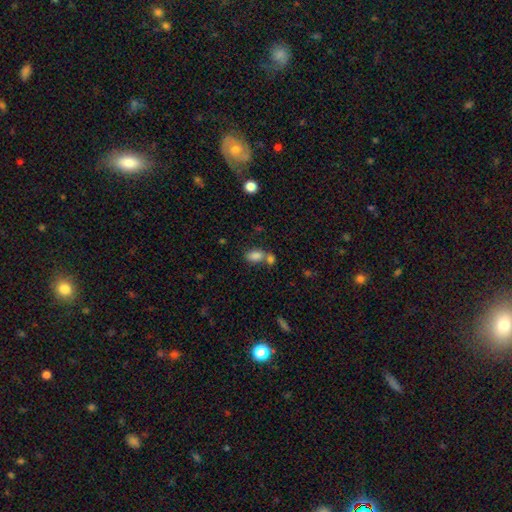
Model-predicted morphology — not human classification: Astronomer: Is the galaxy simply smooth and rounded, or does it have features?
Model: smooth — 83%.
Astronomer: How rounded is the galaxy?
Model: in between — 87%.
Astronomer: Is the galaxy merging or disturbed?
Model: none — 42%, tied with merger at 42%.